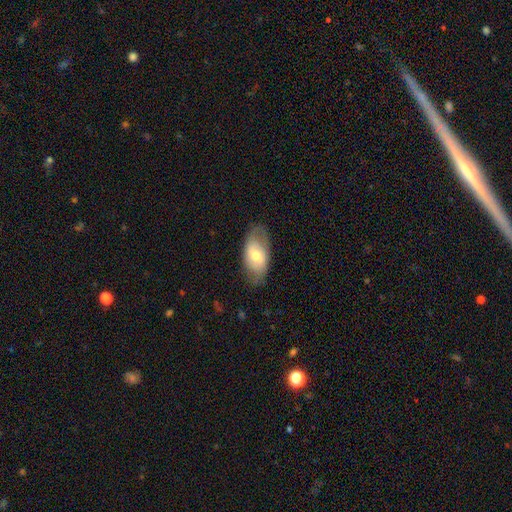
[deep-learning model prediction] Q: Smooth or featured?
A: smooth (59%); runner-up: featured or disk (35%)
Q: How rounded?
A: in between (92%); runner-up: round (5%)
Q: Merging?
A: none (72%); runner-up: minor disturbance (20%)